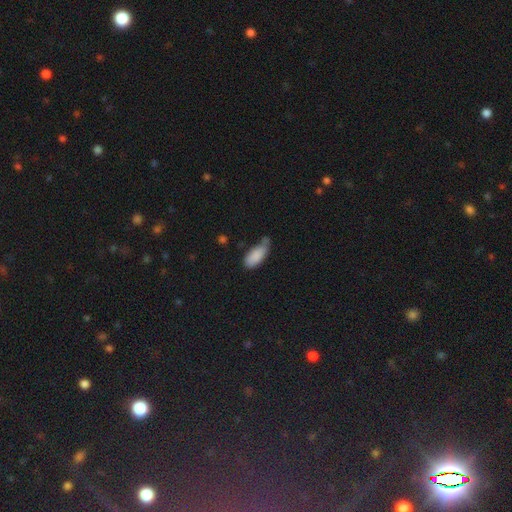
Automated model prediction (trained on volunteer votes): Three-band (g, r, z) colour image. It shows a smooth galaxy with no disk features (87%) that is in between round and cigar-shaped (88%). Merging: none (42%).